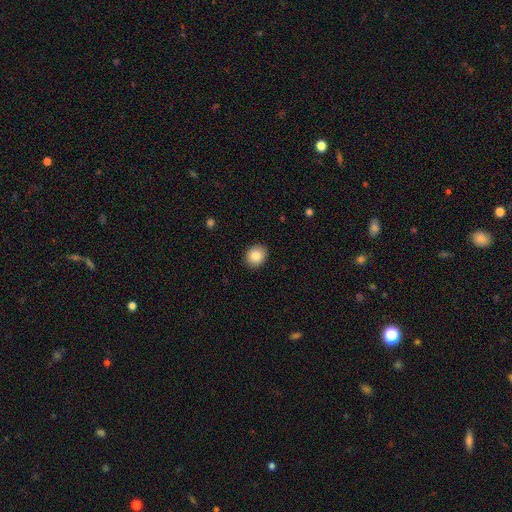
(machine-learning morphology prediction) The model was most divided on "how rounded": round: 73%, in between: 27%, cigar-shaped: 1%. More confident: merging — none (90%); smooth or featured — smooth (86%).